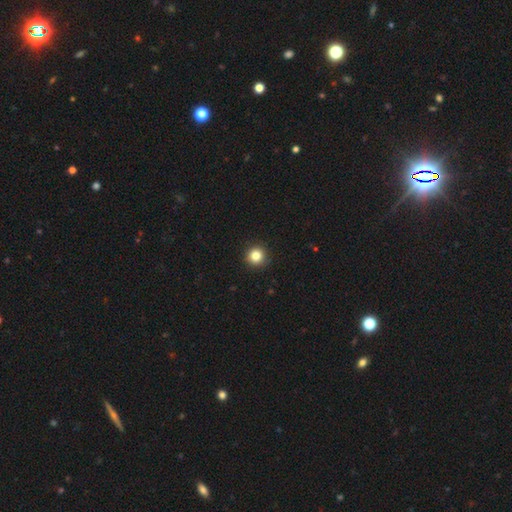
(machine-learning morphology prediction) This is clearly a smooth galaxy (84%). How rounded: clearly round (95%). Merging: clearly none (92%).